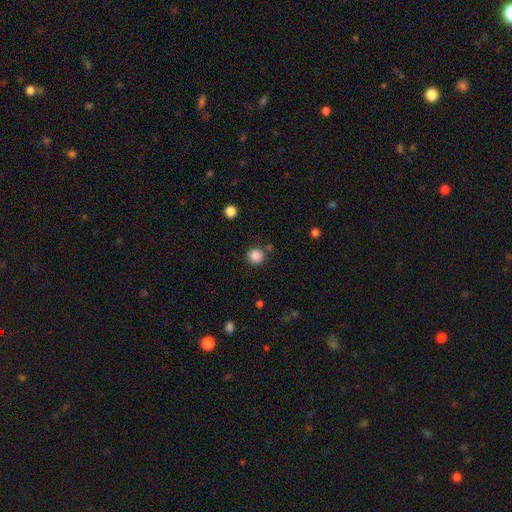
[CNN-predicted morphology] Smooth or featured: smooth — 85% (star or artifact — 11%)
How rounded: round — 94% (in between — 5%)
Merging: none — 81% (minor disturbance — 10%)